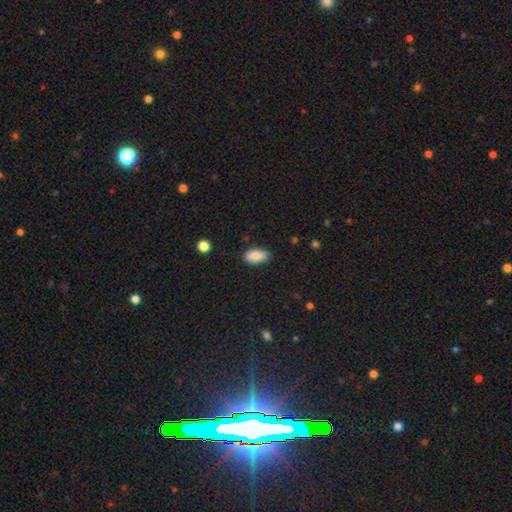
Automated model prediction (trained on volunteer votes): A smooth galaxy with no disk features (86%) that is in between round and cigar-shaped (93%).

Vote fractions:
- Smooth or featured? smooth: 86% / star or artifact: 7% / featured or disk: 6%
- How rounded? in between: 93% / round: 4% / cigar-shaped: 3%
- Merging? none: 80% / minor disturbance: 16% / major disturbance: 3% / merger: 1%